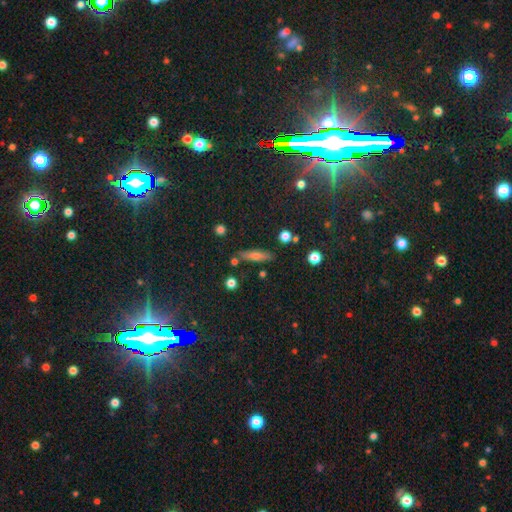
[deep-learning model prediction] Smooth or featured? smooth (48%)
Merging? none (84%)